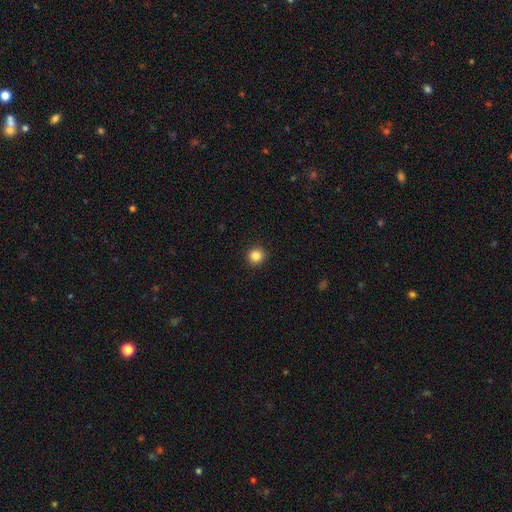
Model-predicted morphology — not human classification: This appears to be a smooth galaxy with no disk features (86%) that is round (94%). Merging: none (93%).